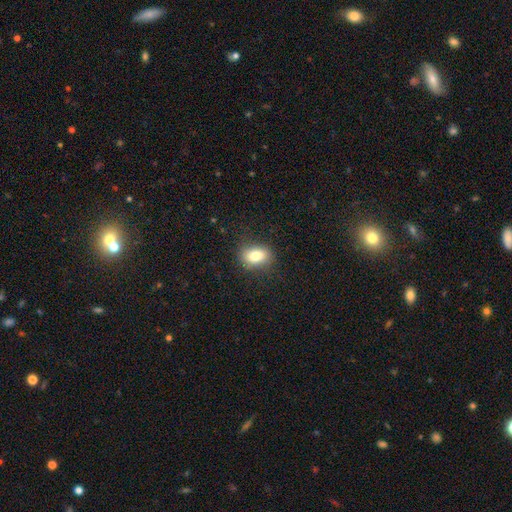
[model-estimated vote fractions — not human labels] Smooth or featured? smooth (81%)
How rounded? in between (76%)
Merging? none (83%)